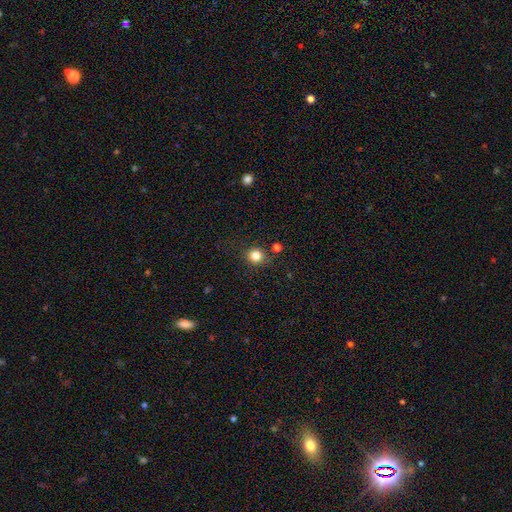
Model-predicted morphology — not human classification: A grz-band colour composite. It shows a smooth galaxy with no disk features (82%) that is round (88%). Merging: none (83%).